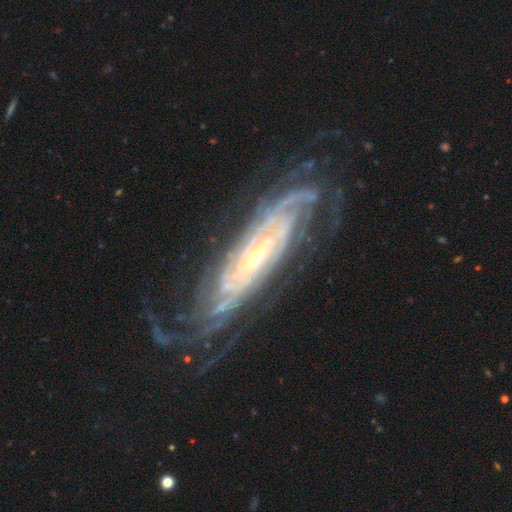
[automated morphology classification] Smooth or featured? featured or disk (90%)
Edge-on disk? no (86%)
Bar? no (46%)
Spiral arms? yes (98%)
Spiral winding? tight (77%)
Spiral arm count? can't tell (30%)
Bulge size? small (75%)
Merging? none (72%)